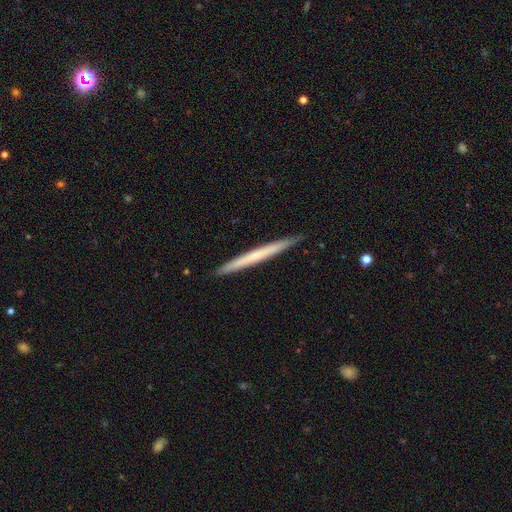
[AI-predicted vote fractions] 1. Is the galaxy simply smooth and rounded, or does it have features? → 50% smooth, 45% featured or disk, 5% star or artifact.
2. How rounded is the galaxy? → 98% cigar-shaped, 1% in between, 1% round.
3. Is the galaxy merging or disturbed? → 92% none, 6% minor disturbance, 1% major disturbance, 1% merger.